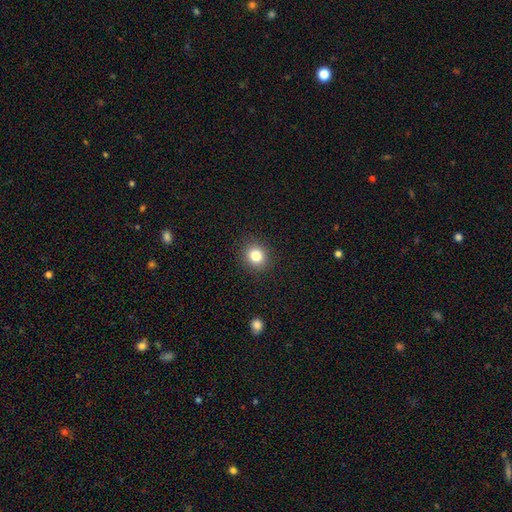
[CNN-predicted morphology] Overall: smooth (82%). How rounded: round (83%). Merging: none (90%).